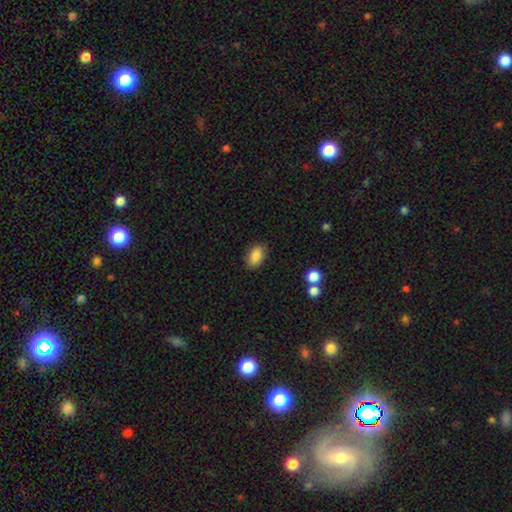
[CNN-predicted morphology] This is clearly a smooth galaxy (87%). How rounded: clearly in between (90%). Merging: clearly none (84%).